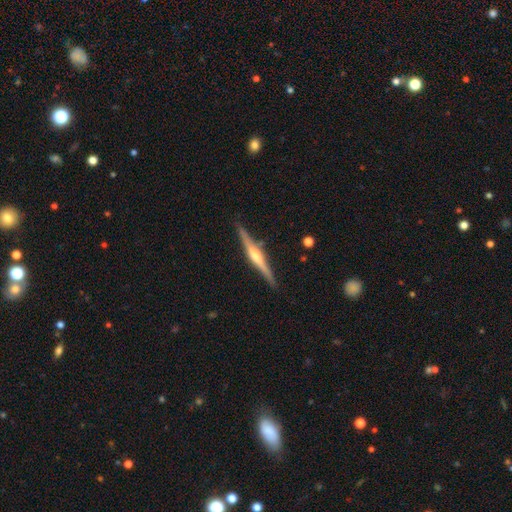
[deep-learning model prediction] This appears to be a featured or disk galaxy (77%) viewed edge-on (98%) with a rounded central bulge (79%). Merging: none (88%).